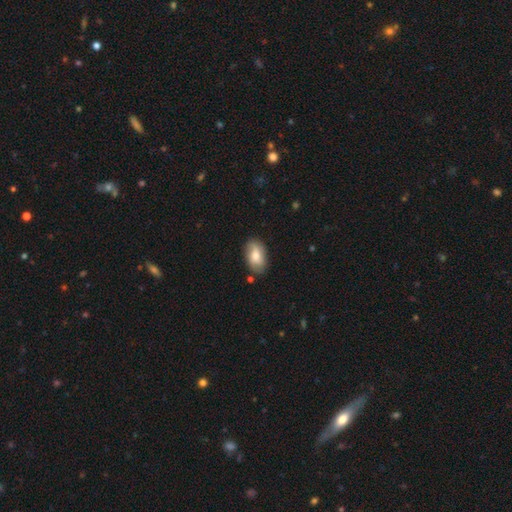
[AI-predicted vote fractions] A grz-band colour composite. It shows a smooth galaxy with no disk features (73%) that is in between round and cigar-shaped (92%). Merging: none (79%).